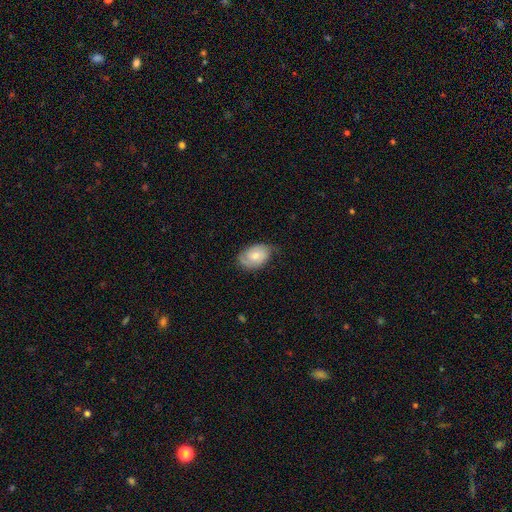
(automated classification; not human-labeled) smooth 52%, featured or disk 41%, star or artifact 7%. Down the decision tree: how rounded — in between (84%); merging — none (60%).